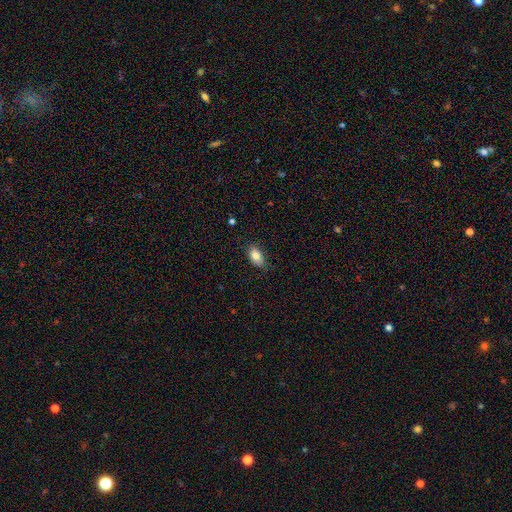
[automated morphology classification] Q: Smooth or featured?
A: smooth (83%); runner-up: featured or disk (10%)
Q: How rounded?
A: in between (91%); runner-up: round (6%)
Q: Merging?
A: none (77%); runner-up: minor disturbance (18%)